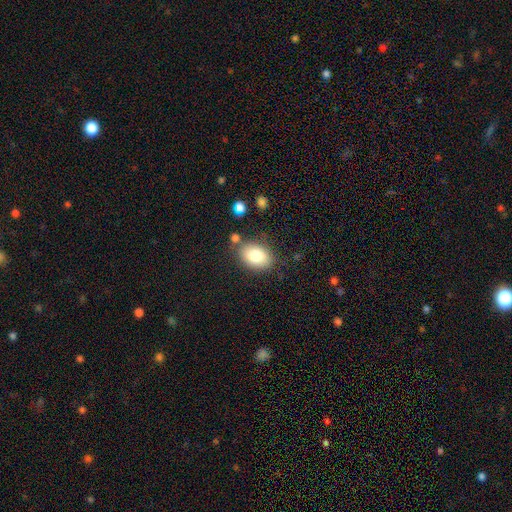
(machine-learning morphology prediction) Smooth or featured: smooth — 81% (featured or disk — 11%)
How rounded: in between — 80% (round — 19%)
Merging: none — 76% (minor disturbance — 14%)